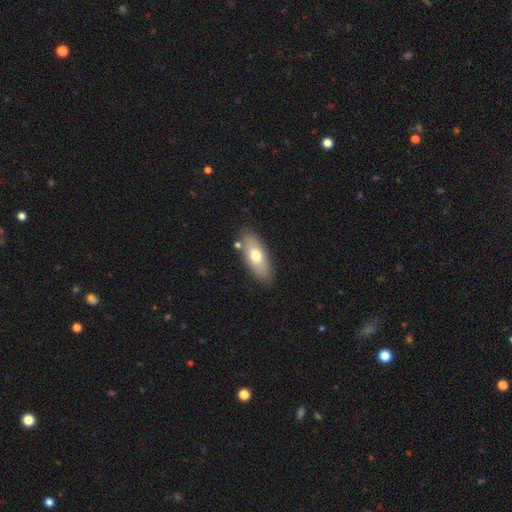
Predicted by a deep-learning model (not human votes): Smooth or featured: smooth — 68% (featured or disk — 26%)
How rounded: in between — 77% (cigar-shaped — 20%)
Merging: none — 81% (minor disturbance — 12%)